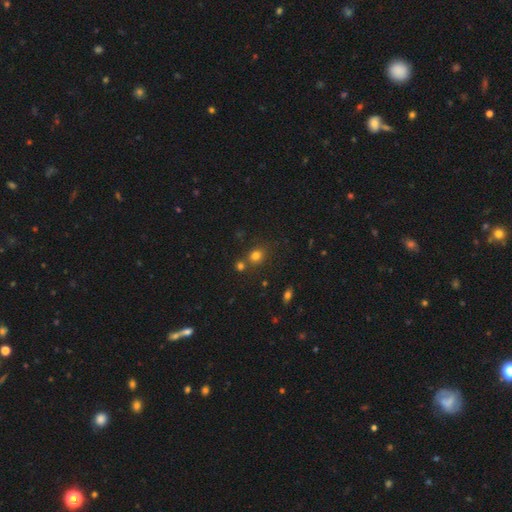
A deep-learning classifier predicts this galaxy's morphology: Smooth or featured? smooth (75%)
How rounded? round (70%)
Merging? none (65%)